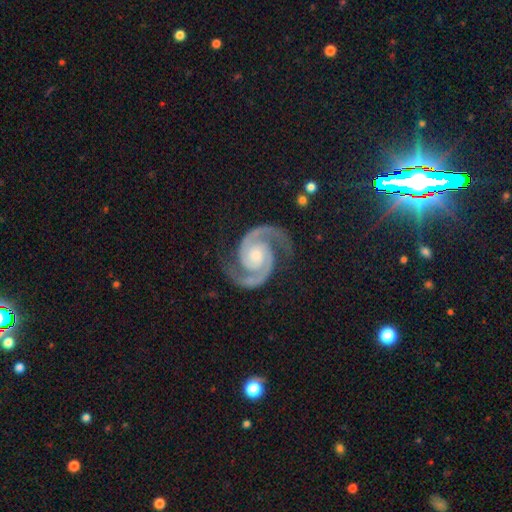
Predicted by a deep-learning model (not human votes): A featured or disk galaxy (95%) with no bar (71%), 2 (95%) medium (50%) spiral arms (99%) and a moderate central bulge (49%). Merging: none (82%).